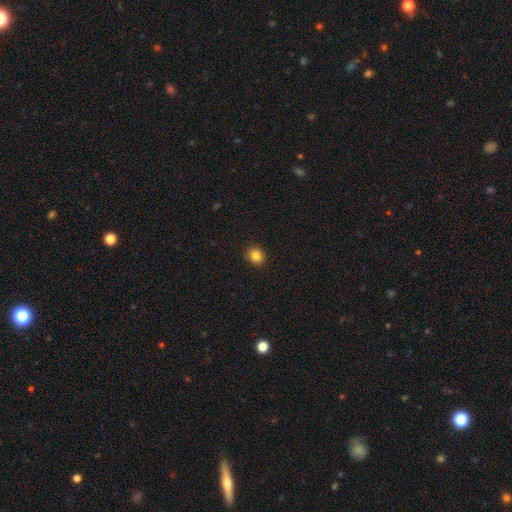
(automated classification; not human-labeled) Smooth or featured? smooth (85%)
How rounded? round (73%)
Merging? none (90%)